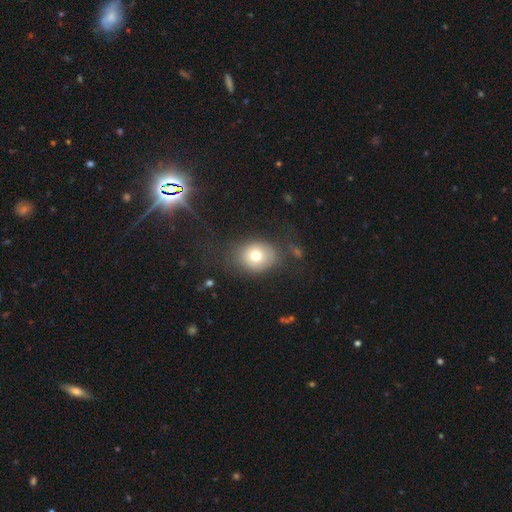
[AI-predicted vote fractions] smooth_or_featured: smooth (p=0.73) [alt: featured or disk p=0.16]
how_rounded: round (p=0.53) [alt: in between p=0.46]
merging: none (p=0.69) [alt: minor disturbance p=0.17]